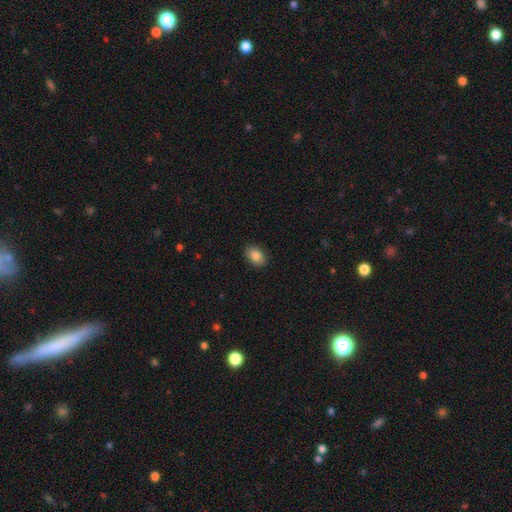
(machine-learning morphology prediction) Overall: smooth (85%). How rounded: in between (80%). Merging: none (89%).